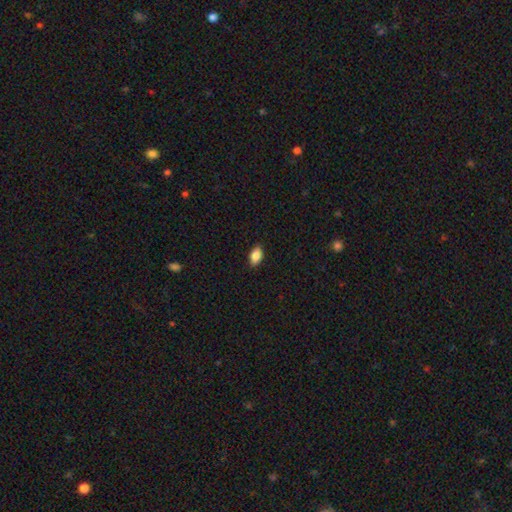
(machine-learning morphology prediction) smooth 87%, star or artifact 7%, featured or disk 6%. Down the decision tree: how rounded — in between (91%); merging — none (88%).